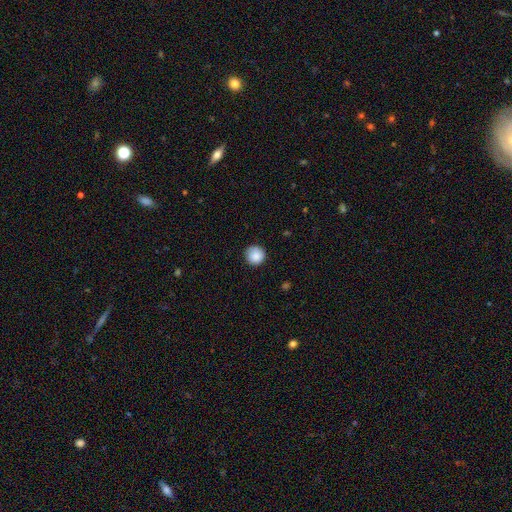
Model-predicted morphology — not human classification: smooth 88%, star or artifact 8%, featured or disk 4%. Down the decision tree: how rounded — round (95%); merging — none (86%).